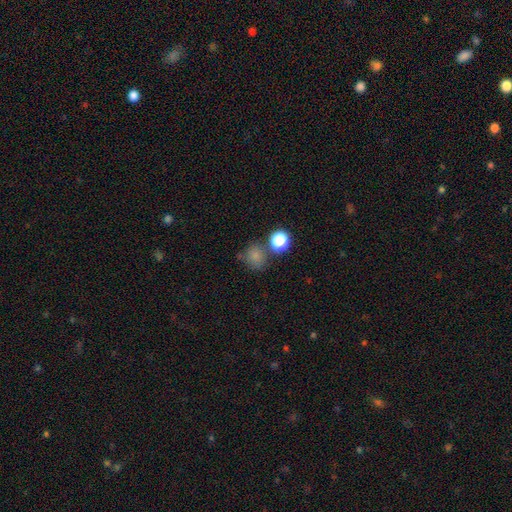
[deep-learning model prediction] Morphology: type=smooth (75%); roundness=round (81%); merging=none (65%).